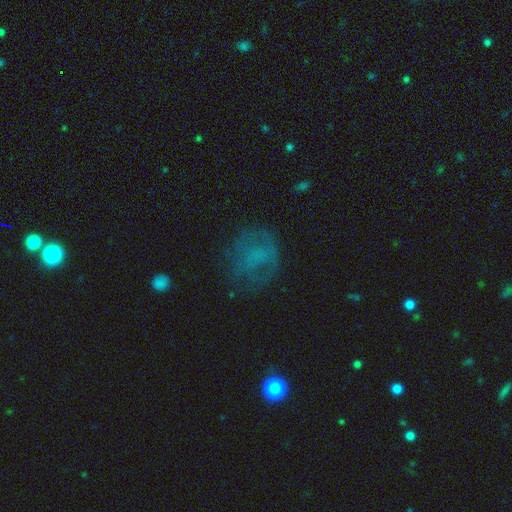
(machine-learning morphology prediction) Smooth or featured? smooth (46%)
Merging? none (61%)